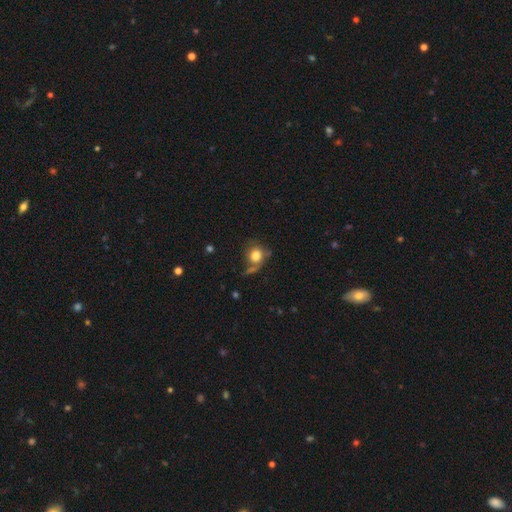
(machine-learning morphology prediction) smooth 77%, featured or disk 13%, star or artifact 10%. Down the decision tree: how rounded — round (80%); merging — none (53%).